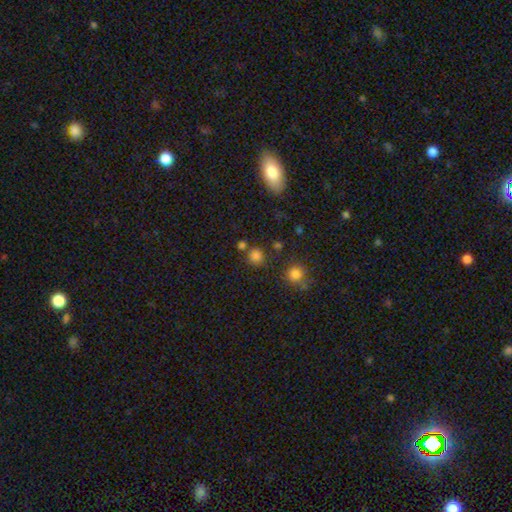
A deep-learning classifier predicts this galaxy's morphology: Smooth or featured: smooth — 78% (star or artifact — 17%)
How rounded: round — 87% (in between — 12%)
Merging: none — 74% (merger — 13%)